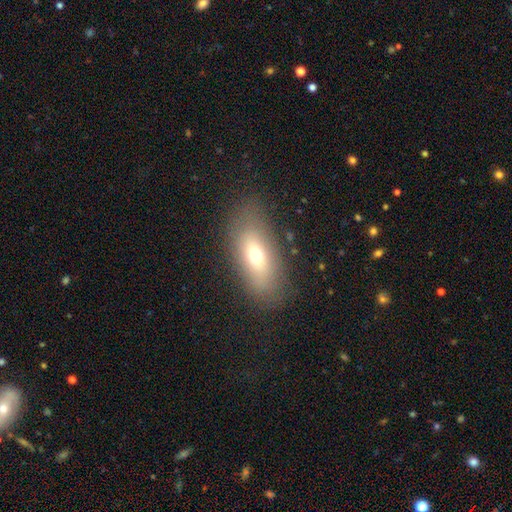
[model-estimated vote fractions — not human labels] smooth 65%, featured or disk 23%, star or artifact 11%. Down the decision tree: how rounded — in between (81%); merging — none (80%).